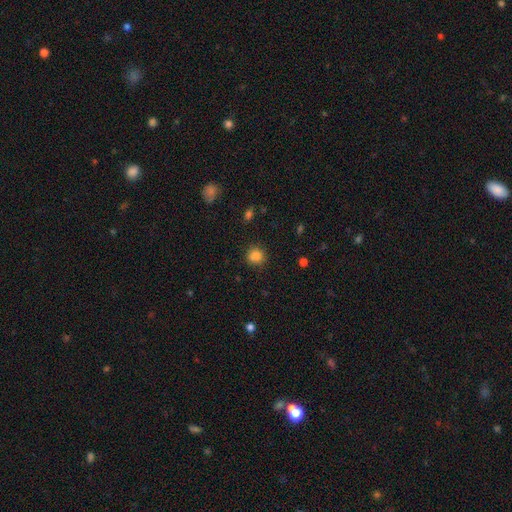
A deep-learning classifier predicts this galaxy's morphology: Q: Smooth or featured?
A: smooth (83%); runner-up: star or artifact (12%)
Q: How rounded?
A: round (88%); runner-up: in between (11%)
Q: Merging?
A: none (86%); runner-up: minor disturbance (9%)